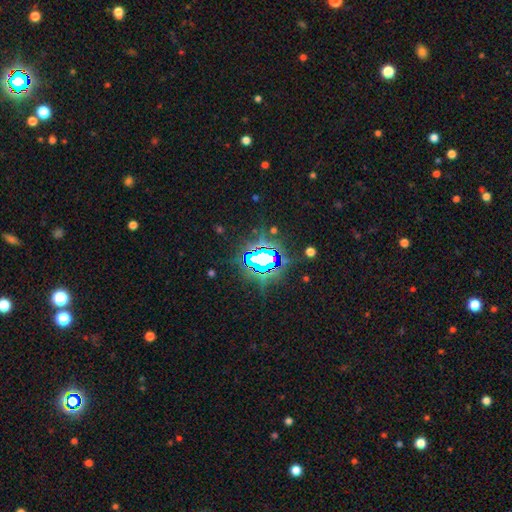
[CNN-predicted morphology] type=star or artifact (76%).